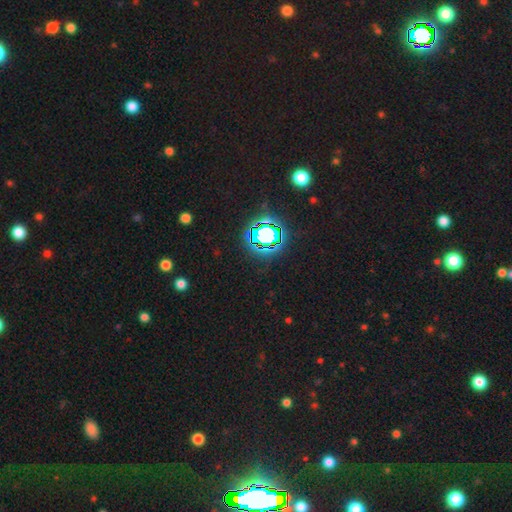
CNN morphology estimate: Smooth or featured? star or artifact (83%)